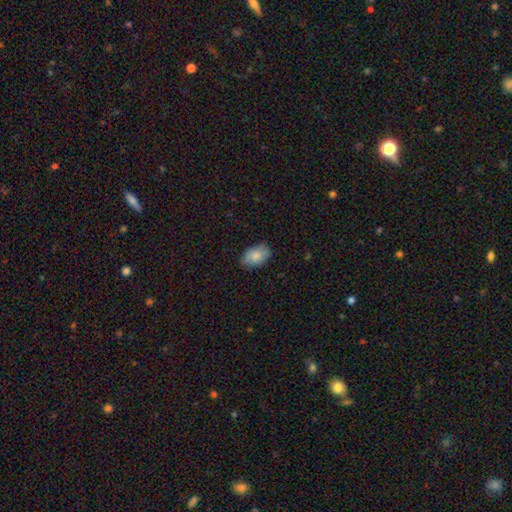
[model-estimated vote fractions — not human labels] smooth_or_featured: smooth (p=0.82) [alt: featured or disk p=0.11]
how_rounded: in between (p=0.90) [alt: round p=0.08]
merging: none (p=0.77) [alt: minor disturbance p=0.18]